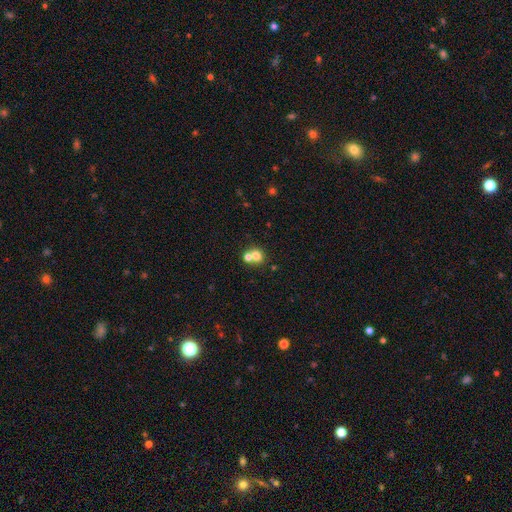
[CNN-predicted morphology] The model was most divided on "merging": merger: 51%, none: 40%, minor disturbance: 6%, major disturbance: 3%. More confident: how rounded — round (79%); smooth or featured — smooth (72%).